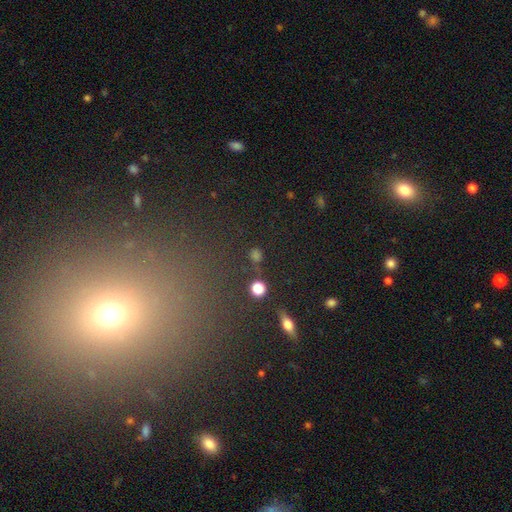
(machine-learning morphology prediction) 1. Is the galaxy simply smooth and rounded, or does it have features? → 56% smooth, 30% star or artifact, 14% featured or disk.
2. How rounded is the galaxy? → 75% round, 19% in between, 6% cigar-shaped.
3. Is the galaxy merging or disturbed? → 80% none, 9% minor disturbance, 6% merger, 5% major disturbance.